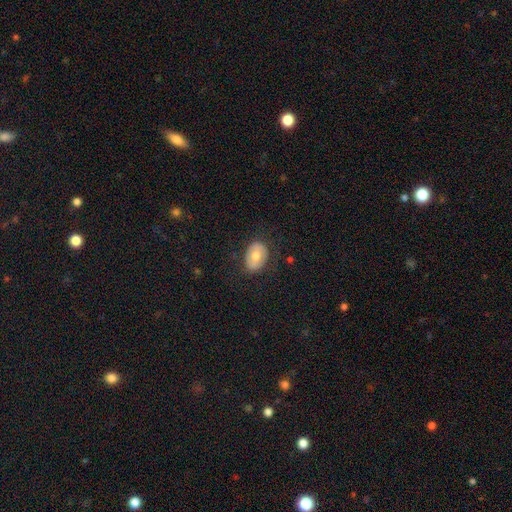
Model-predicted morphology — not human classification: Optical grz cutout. It shows a smooth galaxy with no disk features (65%) that is in between round and cigar-shaped (72%). Merging: none (78%).